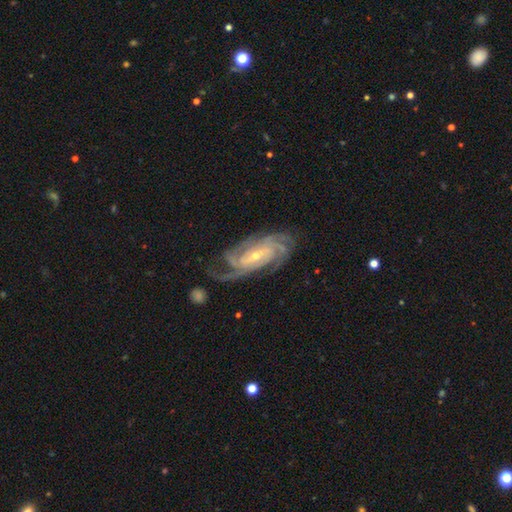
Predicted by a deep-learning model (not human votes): Overall: featured or disk (91%). Edge-on disk: no (95%). Bar: no (43%; weak 37%). Spiral arms: yes (98%). Spiral arm count: 4 (37%; 3 22%). Spiral winding: tight (65%; medium 30%). Bulge size: small (67%; moderate 29%). Merging: none (72%).